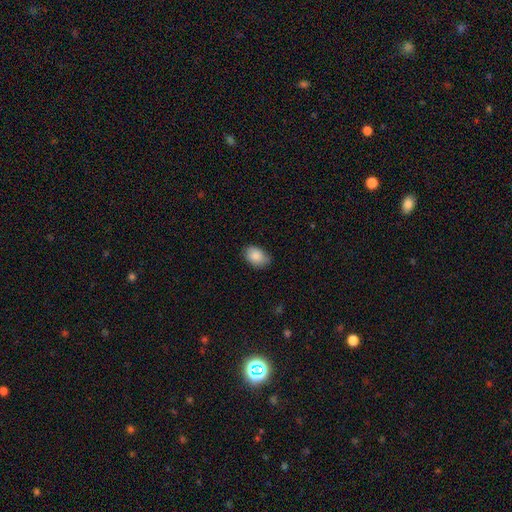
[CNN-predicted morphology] Overall: smooth (88%). How rounded: in between (83%). Merging: none (74%).